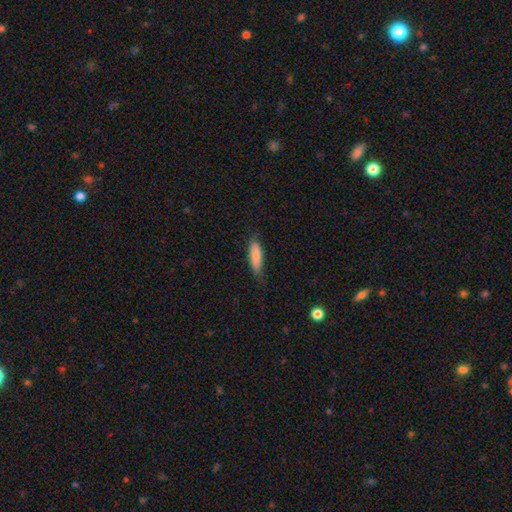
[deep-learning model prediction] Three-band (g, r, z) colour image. It shows a smooth galaxy with no disk features (83%) that is cigar-shaped (56%). Merging: none (75%).